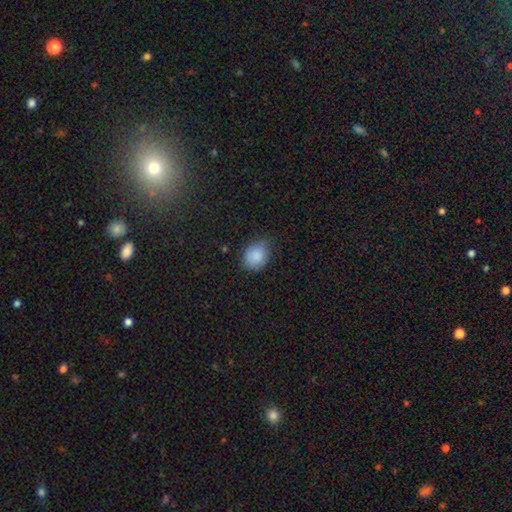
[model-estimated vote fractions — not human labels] Overall: smooth (85%). How rounded: round (50%; in between 49%). Merging: none (65%; minor disturbance 28%).